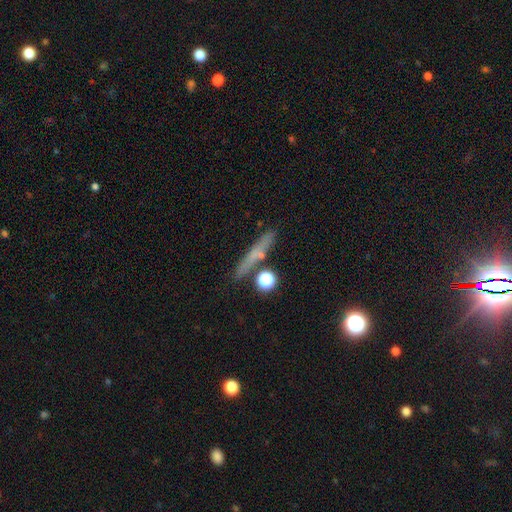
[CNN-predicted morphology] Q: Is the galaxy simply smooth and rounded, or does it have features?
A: smooth — 53%.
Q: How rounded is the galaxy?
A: cigar-shaped — 79%.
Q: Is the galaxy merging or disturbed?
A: none — 77%.